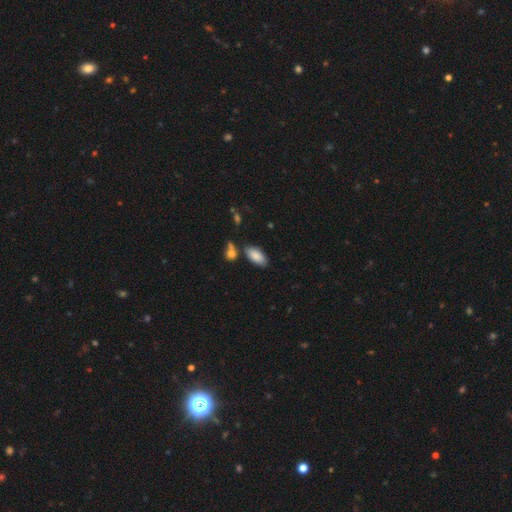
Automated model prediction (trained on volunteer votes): This appears to be a smooth galaxy with no disk features (87%) that is in between round and cigar-shaped (92%). Merging: none (73%).